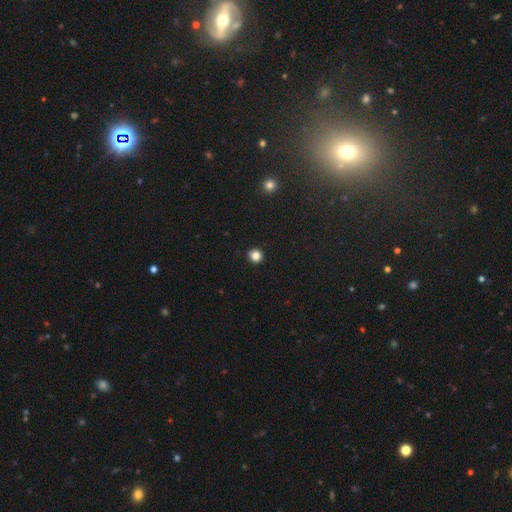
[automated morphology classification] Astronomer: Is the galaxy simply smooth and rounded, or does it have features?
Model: smooth — 83%.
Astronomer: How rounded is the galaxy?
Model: round — 91%.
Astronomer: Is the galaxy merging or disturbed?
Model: none — 90%.